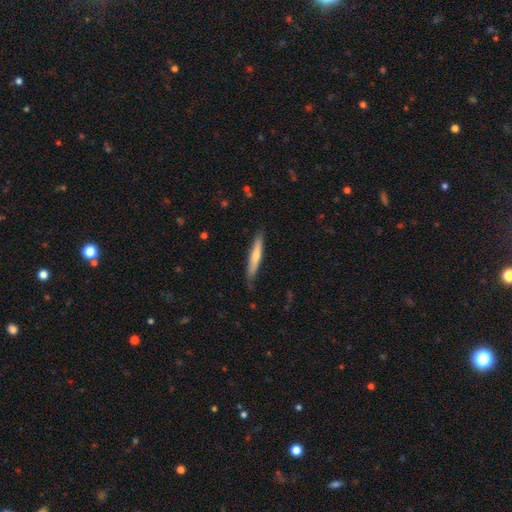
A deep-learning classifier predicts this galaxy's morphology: This appears to be a smooth galaxy with no disk features (60%) that is cigar-shaped (93%). Merging: none (83%).